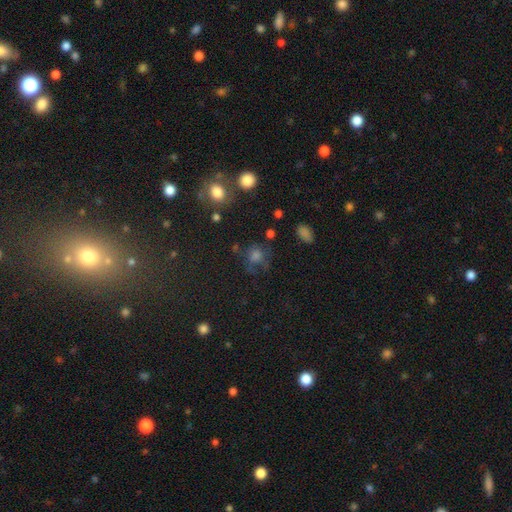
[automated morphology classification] Smooth or featured: smooth — 60% (star or artifact — 25%)
How rounded: round — 78% (in between — 21%)
Merging: none — 61% (minor disturbance — 19%)